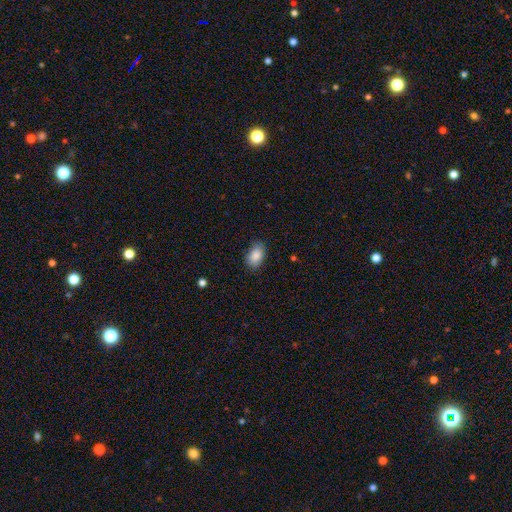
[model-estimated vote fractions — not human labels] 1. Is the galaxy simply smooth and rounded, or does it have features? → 88% smooth, 7% star or artifact, 5% featured or disk.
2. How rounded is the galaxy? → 91% in between, 8% round, 1% cigar-shaped.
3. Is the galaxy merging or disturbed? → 82% none, 14% minor disturbance, 3% major disturbance, 1% merger.